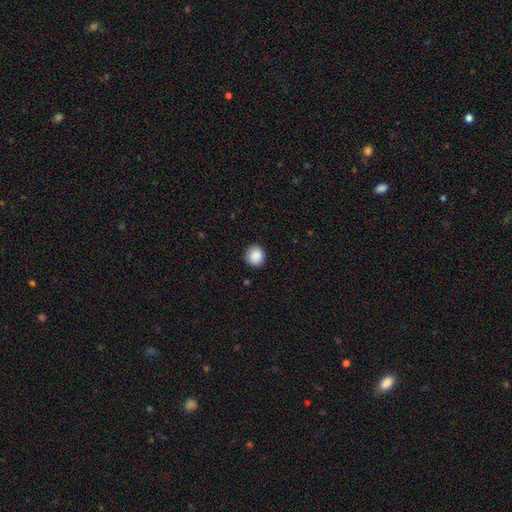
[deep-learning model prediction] Smooth or featured? smooth (89%)
How rounded? round (92%)
Merging? none (89%)